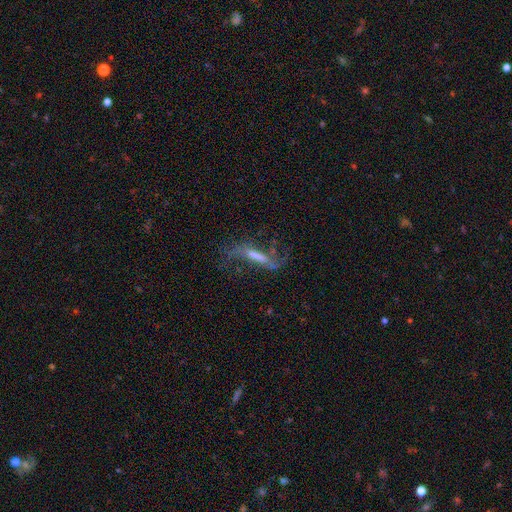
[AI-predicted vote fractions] Morphology: type=featured or disk (71%); edge-on=no (71%); bar=strong (47%); spiral arms=yes (81%); bulge=none (31%); merging=none (47%).